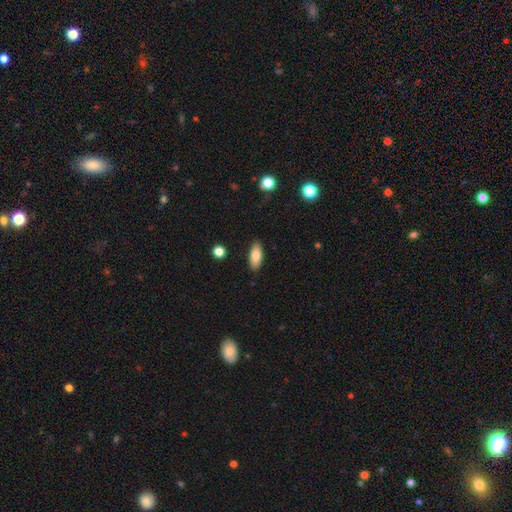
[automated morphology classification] type=smooth (82%); roundness=in between (84%); merging=none (88%).